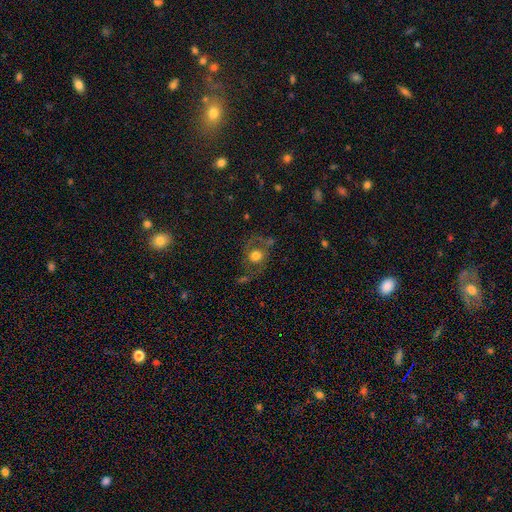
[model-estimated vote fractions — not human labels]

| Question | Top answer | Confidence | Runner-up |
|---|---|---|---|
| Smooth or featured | smooth | 45% | featured or disk (43%) |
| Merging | none | 57% | minor disturbance (20%) |